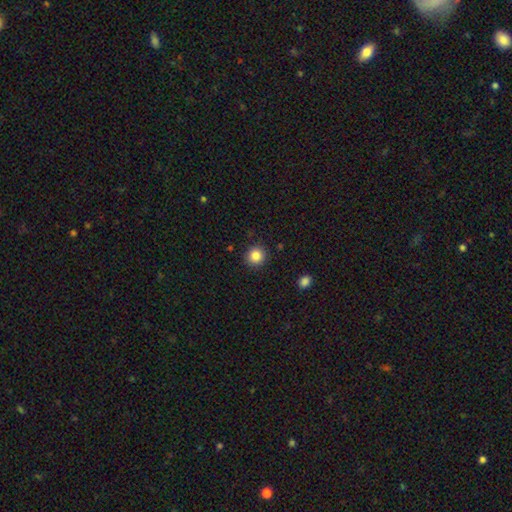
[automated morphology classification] smooth-or-featured: smooth: 86% | star or artifact: 10% | featured or disk: 4%
  how-rounded: round: 93% | in between: 6% | cigar-shaped: 1%
  merging: none: 91% | minor disturbance: 6% | major disturbance: 2% | merger: 1%